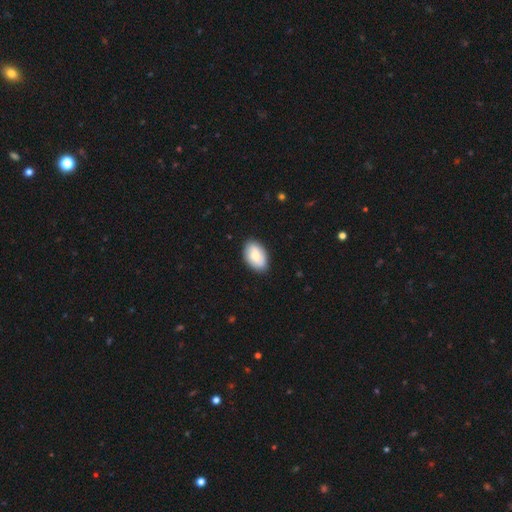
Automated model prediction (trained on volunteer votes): Smooth or featured? smooth (73%)
How rounded? in between (93%)
Merging? none (86%)